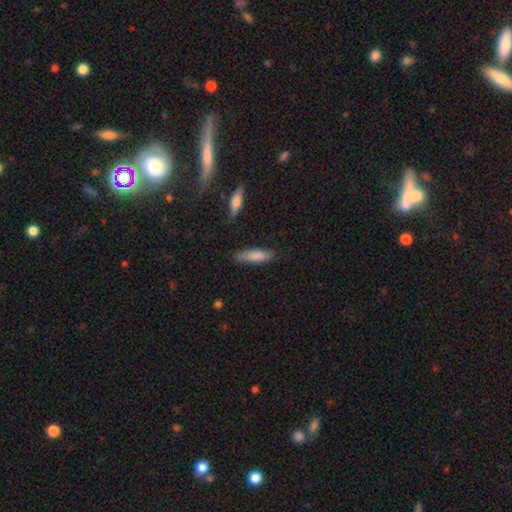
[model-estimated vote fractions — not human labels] Smooth or featured?
  - smooth: 82% *
  - featured or disk: 12%
  - star or artifact: 6%
How rounded?
  - cigar-shaped: 65% *
  - in between: 33%
  - round: 1%
Merging?
  - none: 80% *
  - minor disturbance: 15%
  - major disturbance: 3%
  - merger: 2%